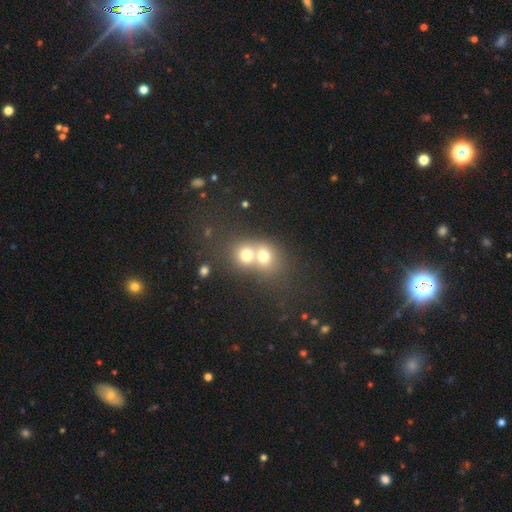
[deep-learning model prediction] Morphology: type=smooth (63%); roundness=round (70%); merging=merger (68%).